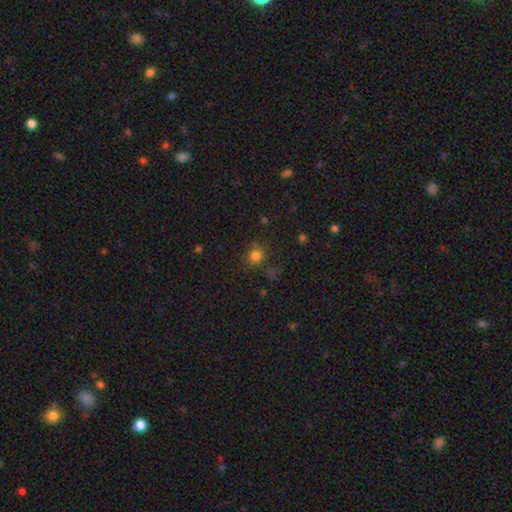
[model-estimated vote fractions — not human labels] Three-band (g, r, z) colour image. It shows a smooth galaxy with no disk features (78%) that is round (86%). Merging: none (78%).